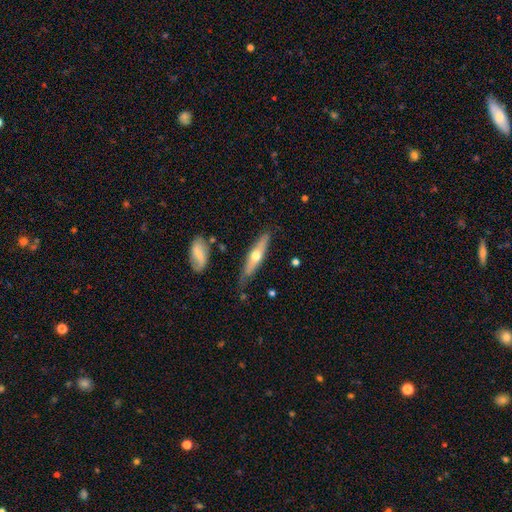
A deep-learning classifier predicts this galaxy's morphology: This appears to be a featured or disk galaxy (51%) viewed edge-on (84%). Merging: none (75%).